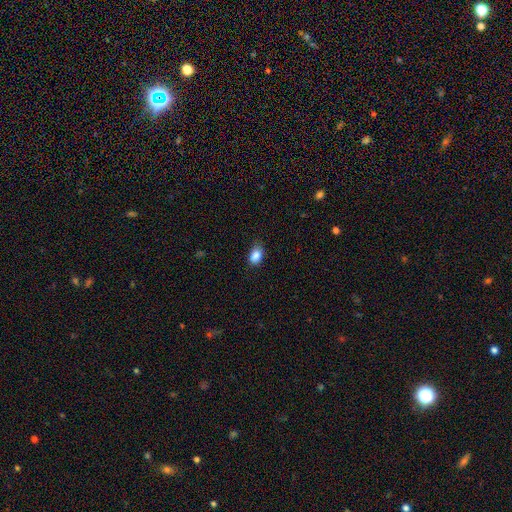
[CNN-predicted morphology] Overall: smooth (86%). How rounded: in between (80%). Merging: none (71%).